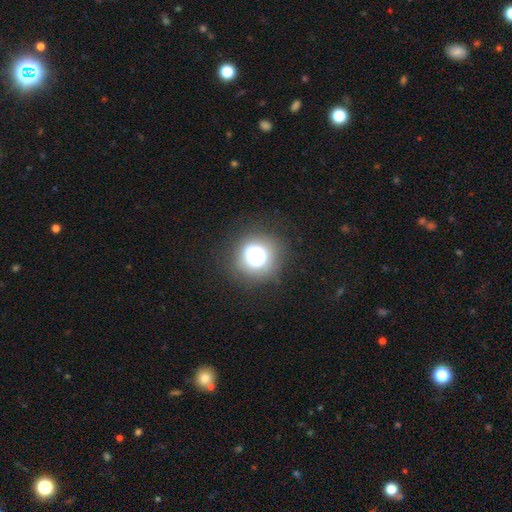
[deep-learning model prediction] Smooth or featured? Predicted: smooth (p=0.71). How rounded? Predicted: round (p=0.91). Merging? Predicted: none (p=0.77).